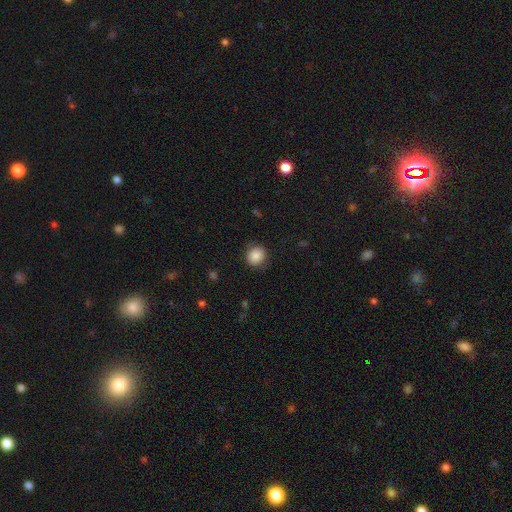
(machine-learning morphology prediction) The model was most divided on "how rounded": round: 83%, in between: 16%, cigar-shaped: 1%. More confident: smooth or featured — smooth (86%); merging — none (84%).